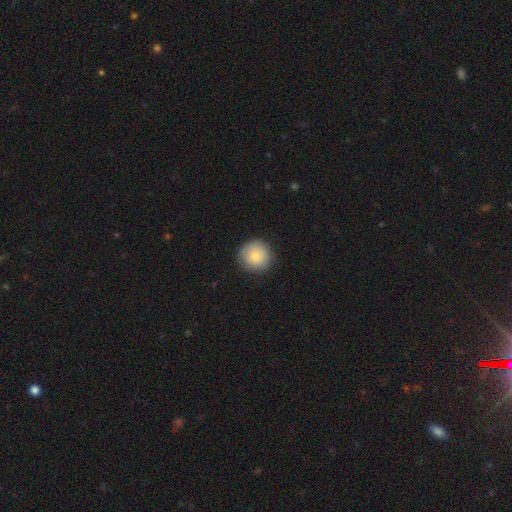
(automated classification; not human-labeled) A smooth galaxy with no disk features (83%) that is round (94%). Merging: none (88%).